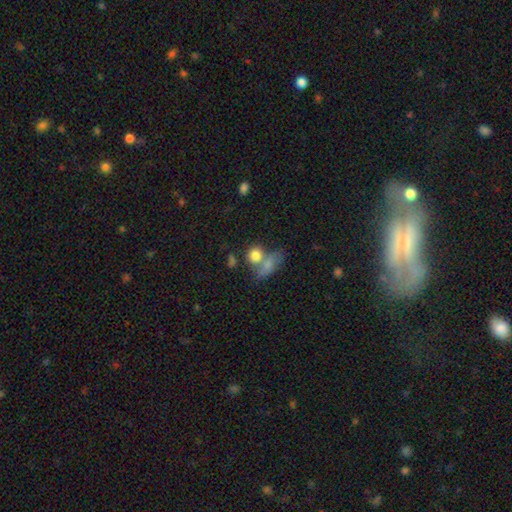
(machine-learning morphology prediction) Q: Smooth or featured?
A: smooth (80%); runner-up: featured or disk (10%)
Q: How rounded?
A: round (63%); runner-up: in between (34%)
Q: Merging?
A: none (42%); runner-up: merger (40%)